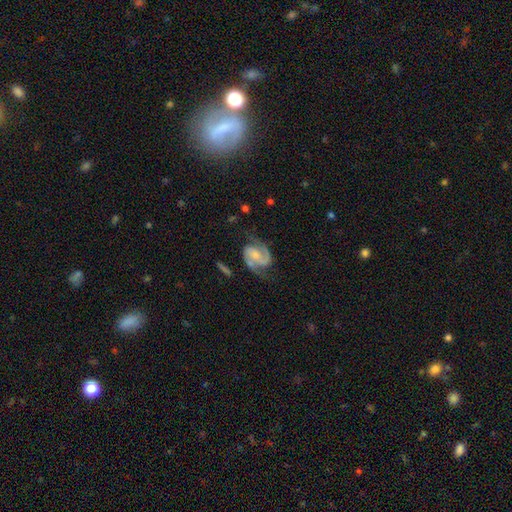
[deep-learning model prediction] Smooth or featured? featured or disk (89%)
Edge-on disk? no (98%)
Bar? no (45%)
Spiral arms? yes (98%)
Spiral winding? medium (56%)
Spiral arm count? 2 (92%)
Bulge size? small (45%)
Merging? none (69%)